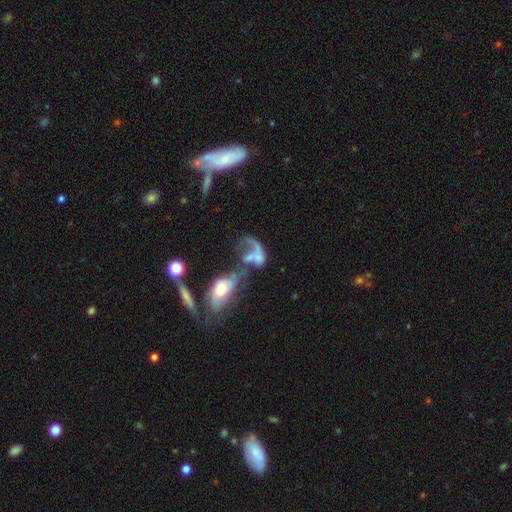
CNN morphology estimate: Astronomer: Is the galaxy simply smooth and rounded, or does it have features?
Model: featured or disk — 56% (runner-up: smooth, 33%).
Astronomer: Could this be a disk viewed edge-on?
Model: no — 95%.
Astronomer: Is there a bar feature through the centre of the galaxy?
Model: no — 76%.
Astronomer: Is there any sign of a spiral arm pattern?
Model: no — 54% (runner-up: yes, 46%).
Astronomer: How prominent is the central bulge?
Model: none — 37% (runner-up: moderate, 30%).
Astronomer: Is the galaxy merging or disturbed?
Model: merger — 60%.